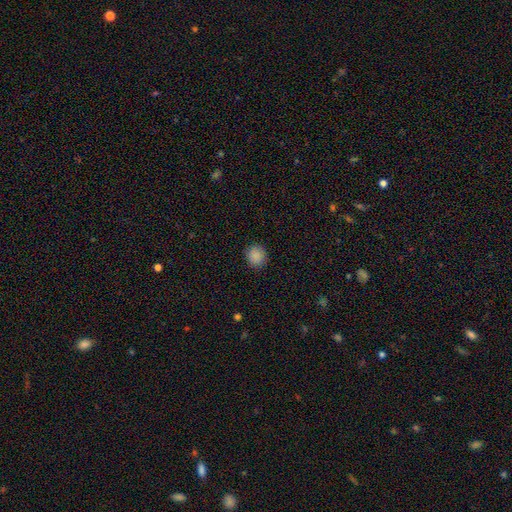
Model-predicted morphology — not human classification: Smooth or featured? smooth (88%)
How rounded? round (82%)
Merging? none (90%)